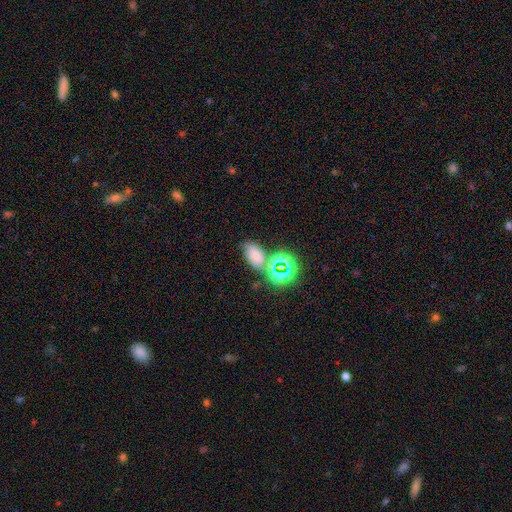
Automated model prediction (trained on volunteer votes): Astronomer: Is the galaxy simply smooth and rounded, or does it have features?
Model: smooth — 55% (runner-up: star or artifact, 31%).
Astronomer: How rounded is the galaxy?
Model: in between — 85%.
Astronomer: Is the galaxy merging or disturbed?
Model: none — 53%.